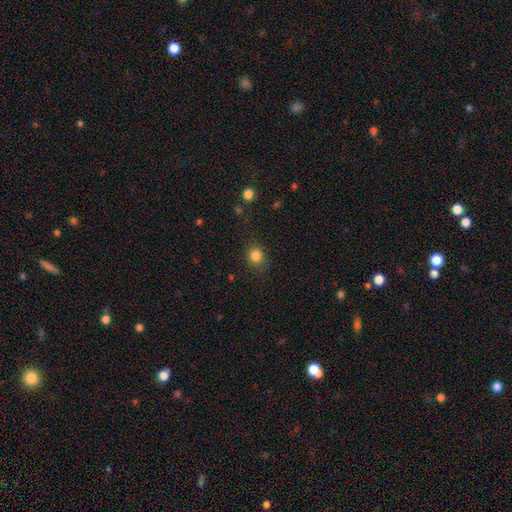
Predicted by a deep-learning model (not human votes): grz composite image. It shows a smooth galaxy with no disk features (83%) that is round (78%). Merging: none (82%).